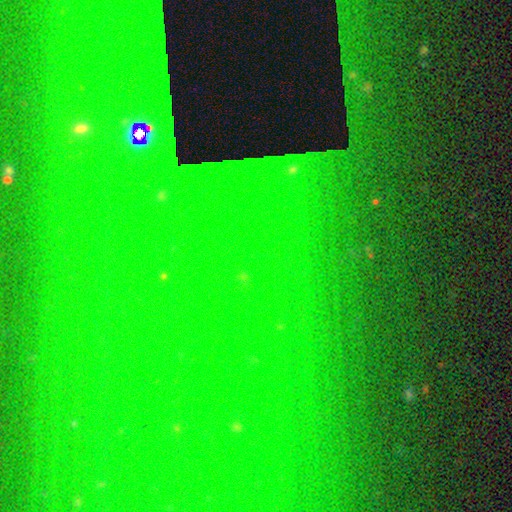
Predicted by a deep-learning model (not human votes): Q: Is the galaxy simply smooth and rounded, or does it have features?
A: star or artifact — 82%.